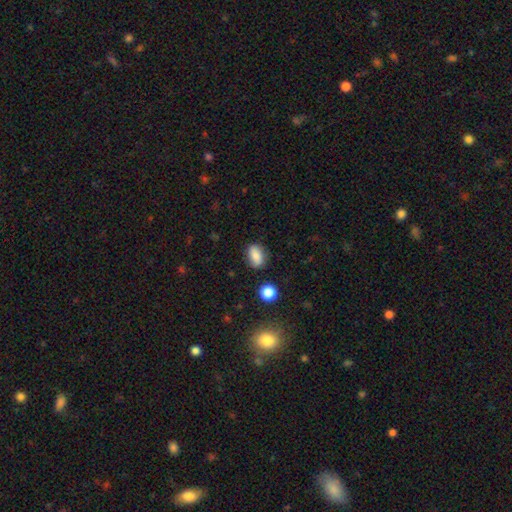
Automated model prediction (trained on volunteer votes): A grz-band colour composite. It shows a smooth galaxy with no disk features (81%) that is in between round and cigar-shaped (79%). Merging: none (81%).